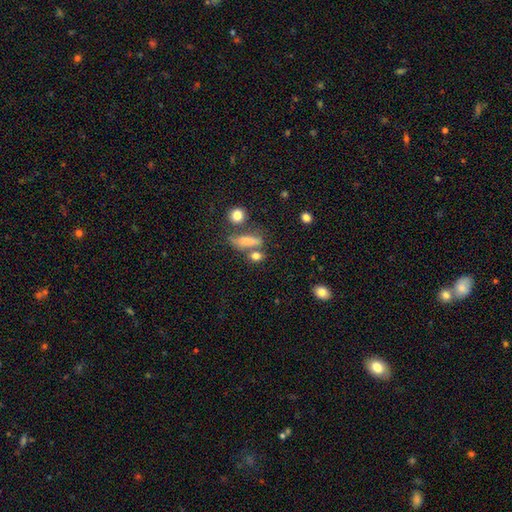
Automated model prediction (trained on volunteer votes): Smooth or featured?
  - smooth: 77% *
  - star or artifact: 12%
  - featured or disk: 12%
How rounded?
  - in between: 52% *
  - cigar-shaped: 29%
  - round: 19%
Merging?
  - none: 52% *
  - merger: 24%
  - minor disturbance: 16%
  - major disturbance: 8%